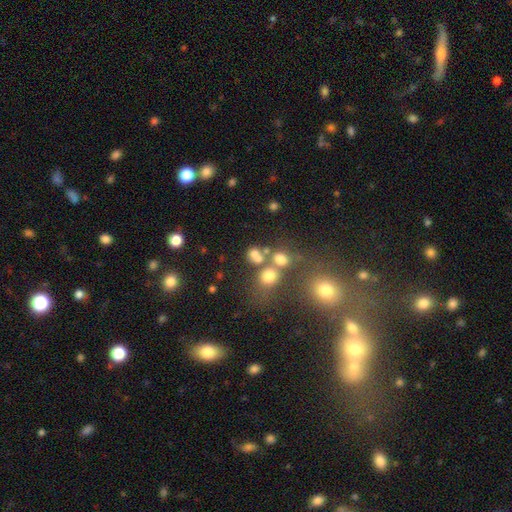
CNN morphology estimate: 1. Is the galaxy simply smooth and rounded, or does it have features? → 67% smooth, 20% star or artifact, 14% featured or disk.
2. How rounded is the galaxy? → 73% round, 25% in between, 1% cigar-shaped.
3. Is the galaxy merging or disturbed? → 47% none, 36% merger, 10% minor disturbance, 8% major disturbance.